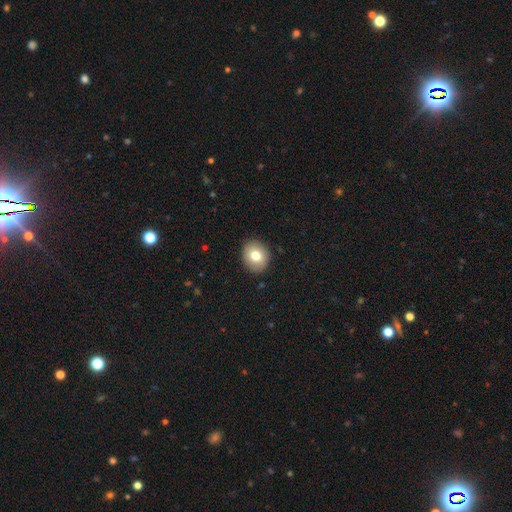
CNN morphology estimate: smooth 77%, featured or disk 14%, star or artifact 9%. Down the decision tree: how rounded — round (66%); merging — none (89%).